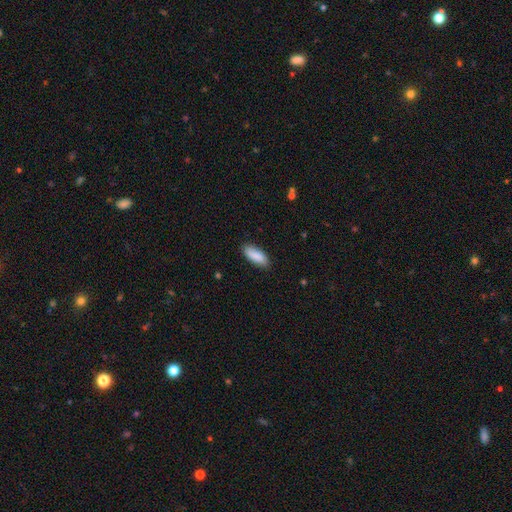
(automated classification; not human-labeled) This is clearly a smooth galaxy (89%). How rounded: likely in between (75%). Merging: clearly none (85%).